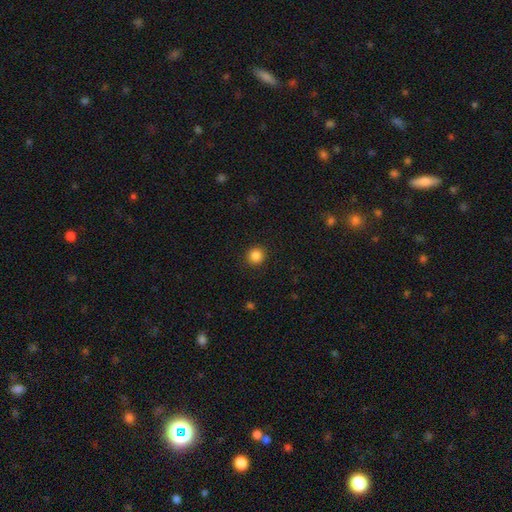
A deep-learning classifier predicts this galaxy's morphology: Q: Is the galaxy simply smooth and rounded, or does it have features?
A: smooth — 86%.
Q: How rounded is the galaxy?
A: round — 94%.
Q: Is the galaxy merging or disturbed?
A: none — 92%.